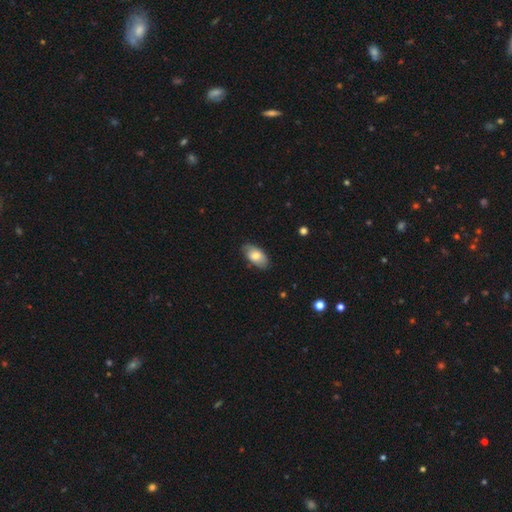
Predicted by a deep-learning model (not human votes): smooth-or-featured: smooth: 73% | featured or disk: 21% | star or artifact: 6%
  how-rounded: in between: 94% | round: 4% | cigar-shaped: 3%
  merging: none: 79% | minor disturbance: 17% | major disturbance: 3% | merger: 1%